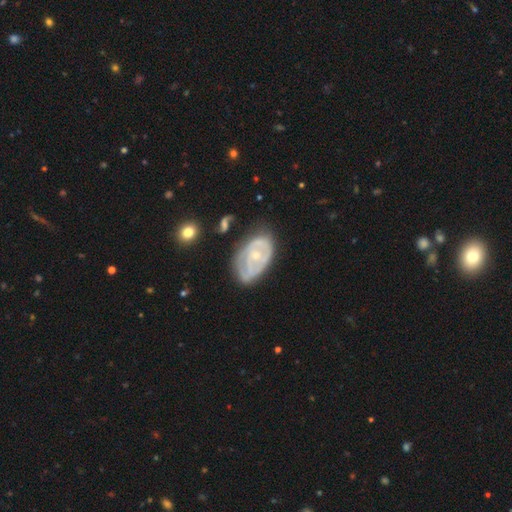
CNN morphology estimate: featured or disk 72%, smooth 22%, star or artifact 6%. Down the decision tree: edge-on disk — no (95%); bar — no (74%); spiral arms — yes (59%); bulge size — small (66%); merging — none (56%).